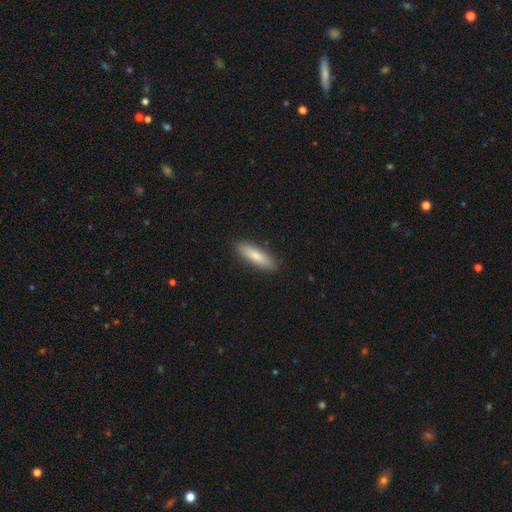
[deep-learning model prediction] This is likely a smooth galaxy (80%). How rounded: likely cigar-shaped (61%). Merging: clearly none (89%).